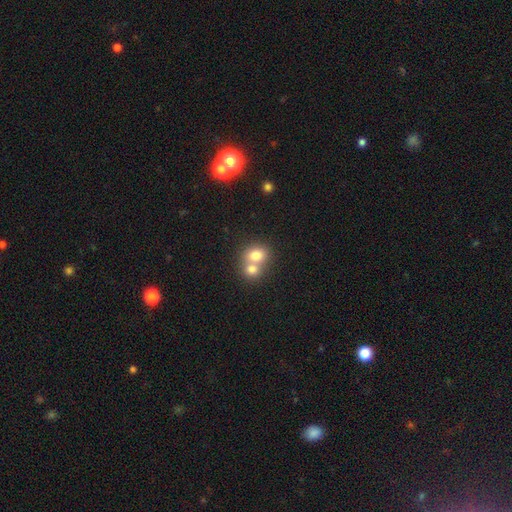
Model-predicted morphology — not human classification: smooth_or_featured: smooth (p=0.75) [alt: featured or disk p=0.15]
how_rounded: round (p=0.67) [alt: in between p=0.32]
merging: merger (p=0.64) [alt: none p=0.28]